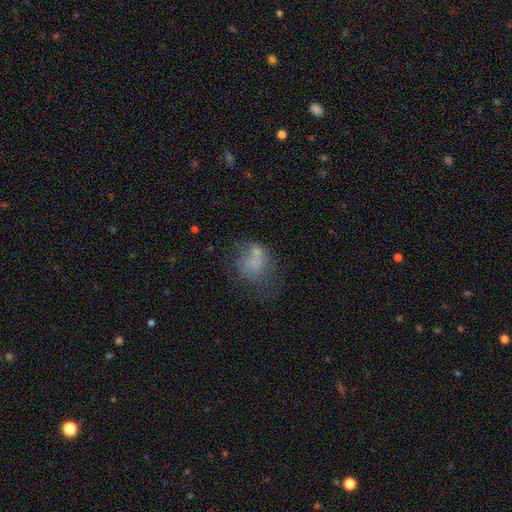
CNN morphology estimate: smooth 57%, featured or disk 30%, star or artifact 13%. Down the decision tree: how rounded — round (53%); merging — none (32%).